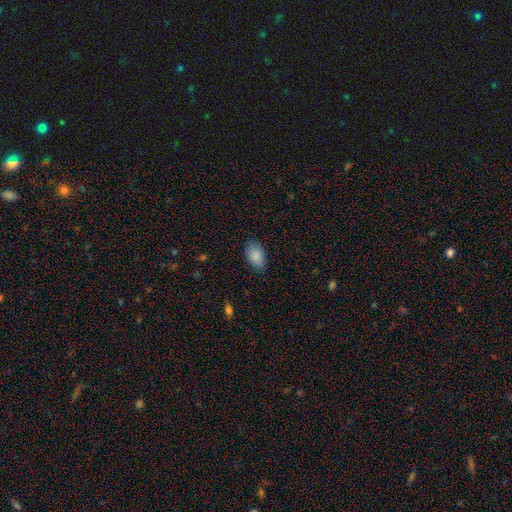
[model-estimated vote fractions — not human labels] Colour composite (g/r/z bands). It shows a smooth galaxy with no disk features (89%) that is in between round and cigar-shaped (92%). Merging: none (83%).